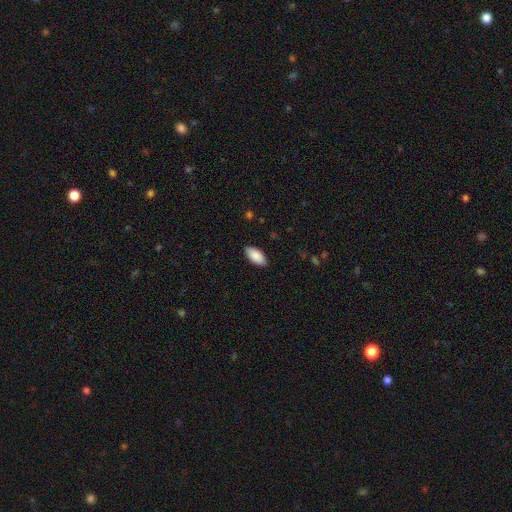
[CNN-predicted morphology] type=smooth (89%); roundness=in between (94%); merging=none (87%).